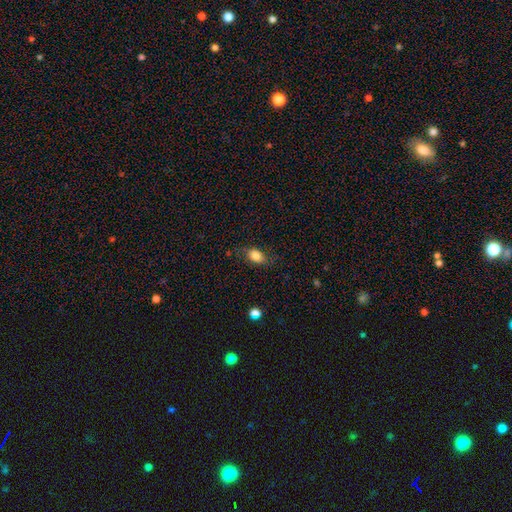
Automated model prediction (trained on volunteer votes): This appears to be a smooth galaxy with no disk features (81%) that is in between round and cigar-shaped (77%). Merging: none (72%).